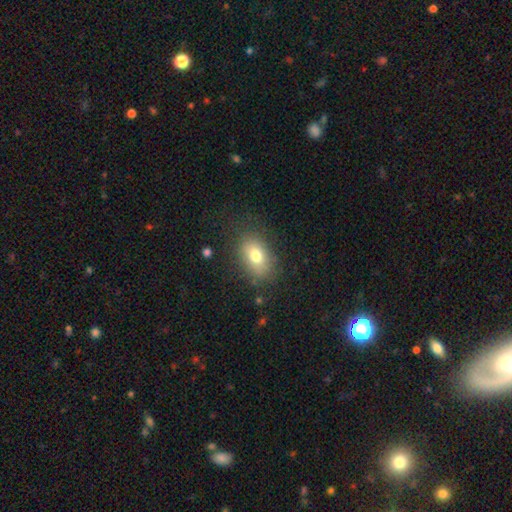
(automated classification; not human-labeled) Smooth or featured? Predicted: smooth (p=0.75). How rounded? Predicted: in between (p=0.81). Merging? Predicted: none (p=0.79).